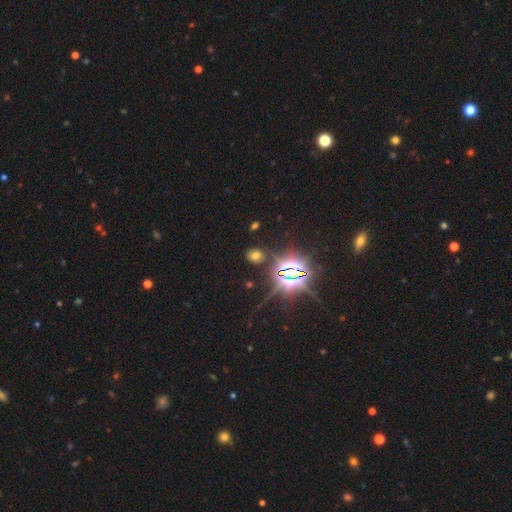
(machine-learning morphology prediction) Overall: smooth (47%; star or artifact 43%). Merging: none (83%).